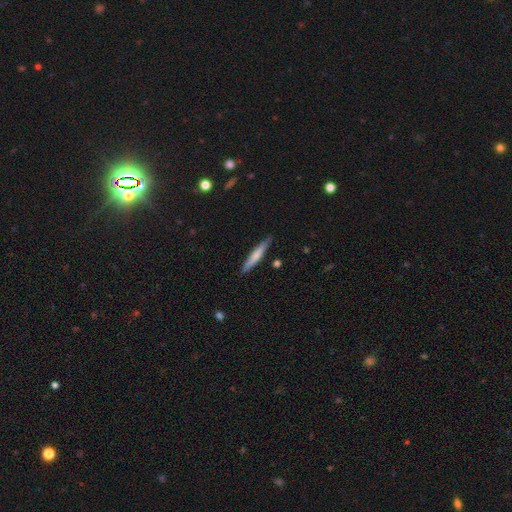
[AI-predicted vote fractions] This appears to be a smooth galaxy with no disk features (62%) that is cigar-shaped (93%). Merging: none (87%).